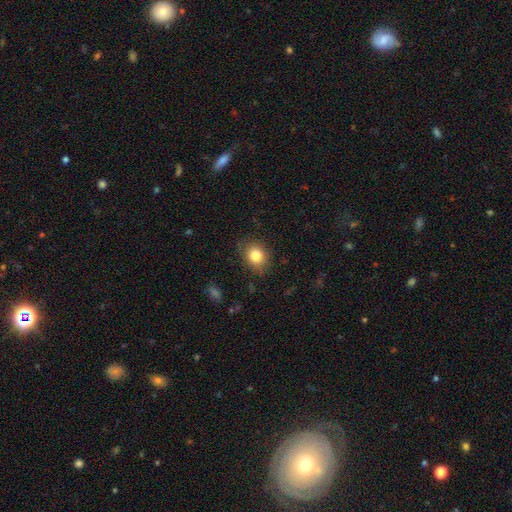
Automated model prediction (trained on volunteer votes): Smooth or featured? smooth (82%)
How rounded? round (58%)
Merging? none (82%)